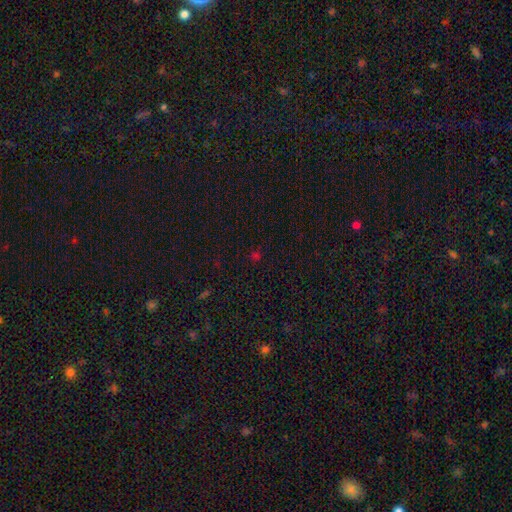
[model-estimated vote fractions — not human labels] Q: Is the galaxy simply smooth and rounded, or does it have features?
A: star or artifact — 49%.